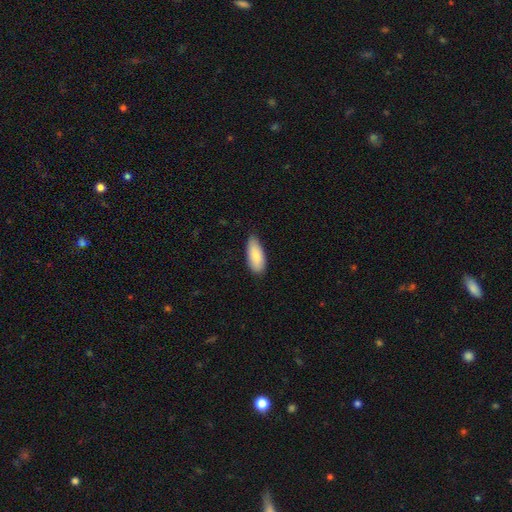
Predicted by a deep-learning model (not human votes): The model was most divided on "merging": none: 78%, minor disturbance: 18%, major disturbance: 2%, merger: 1%. More confident: how rounded — in between (84%); smooth or featured — smooth (84%).